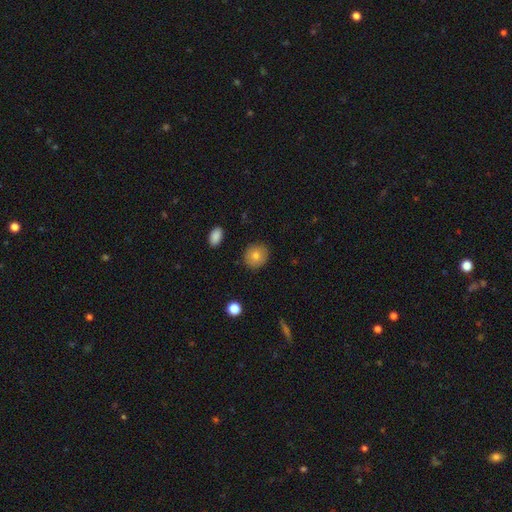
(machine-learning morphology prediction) smooth-or-featured: smooth: 78% | featured or disk: 13% | star or artifact: 9%
  how-rounded: round: 80% | in between: 19% | cigar-shaped: 1%
  merging: none: 87% | minor disturbance: 9% | major disturbance: 2% | merger: 1%